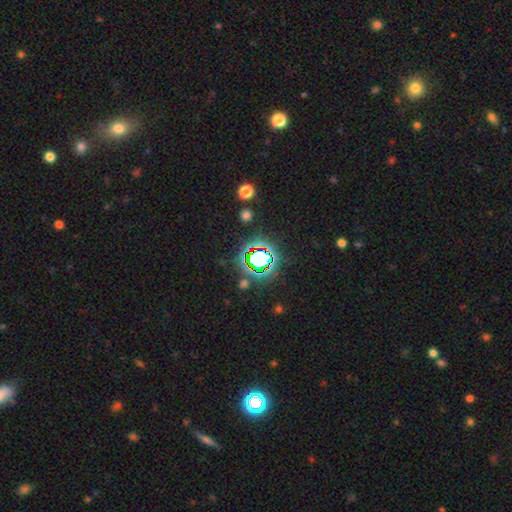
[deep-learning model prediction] This is likely a star or artifact rather than a galaxy (79%).